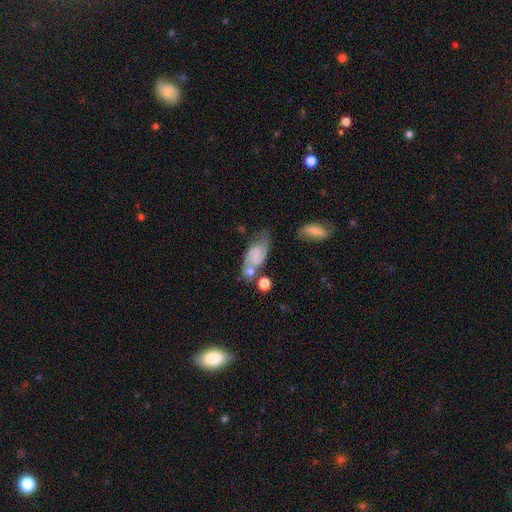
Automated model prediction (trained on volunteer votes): smooth_or_featured: featured or disk (p=0.53) [alt: smooth p=0.39]
disk_edge_on: no (p=0.93) [alt: yes p=0.07]
merging: none (p=0.48) [alt: merger p=0.22]